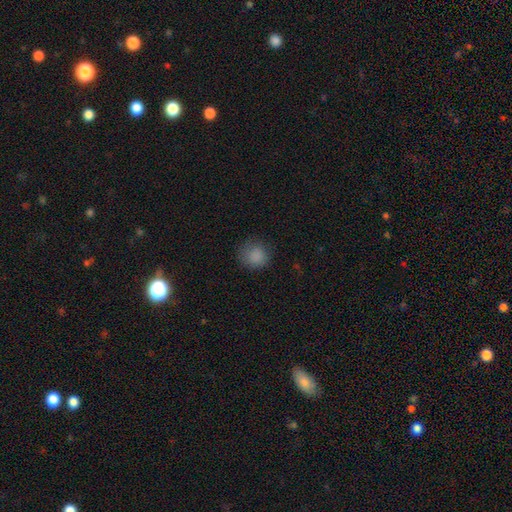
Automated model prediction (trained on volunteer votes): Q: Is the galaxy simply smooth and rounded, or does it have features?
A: smooth — 86%.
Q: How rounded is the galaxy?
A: round — 88%.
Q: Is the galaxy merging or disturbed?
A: none — 80%.